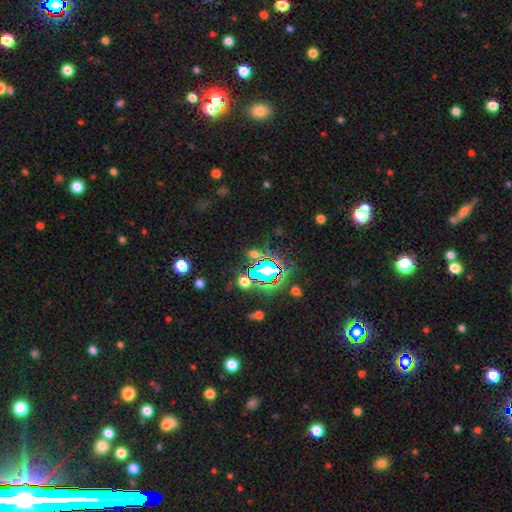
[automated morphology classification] A star or artifact, not a galaxy (69%).

Vote fractions:
- Smooth or featured? star or artifact: 69% / smooth: 21% / featured or disk: 10%